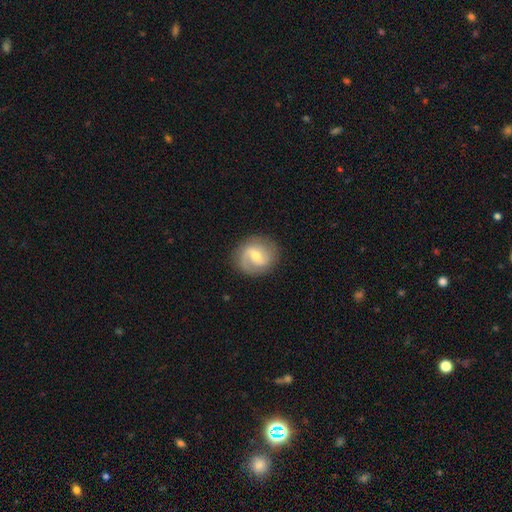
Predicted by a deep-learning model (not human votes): Smooth or featured? featured or disk (71%)
Edge-on disk? no (98%)
Bar? weak (57%)
Spiral arms? yes (91%)
Spiral winding? medium (47%)
Spiral arm count? 2 (78%)
Bulge size? moderate (59%)
Merging? none (84%)